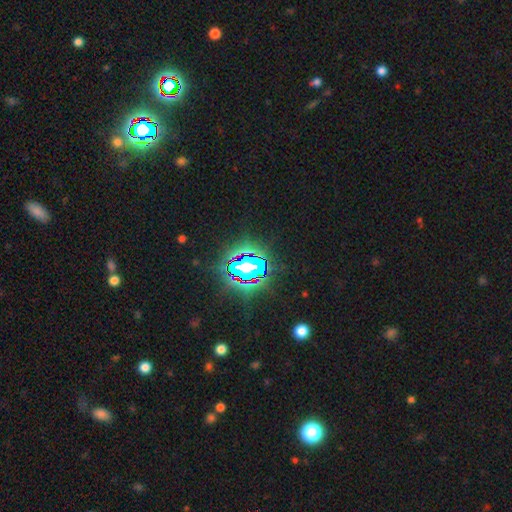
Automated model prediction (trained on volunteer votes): smooth-or-featured: star or artifact: 81% | smooth: 11% | featured or disk: 8%